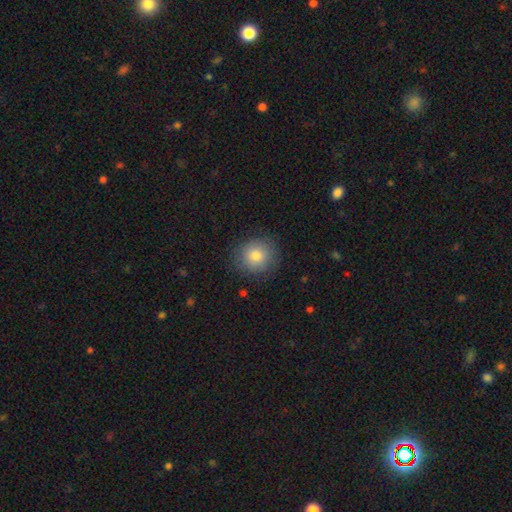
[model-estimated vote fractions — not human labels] A smooth galaxy with no disk features (81%) that is round (88%).

Vote fractions:
- Smooth or featured? smooth: 81% / star or artifact: 10% / featured or disk: 9%
- How rounded? round: 88% / in between: 11% / cigar-shaped: 1%
- Merging? none: 86% / minor disturbance: 10% / major disturbance: 3% / merger: 1%